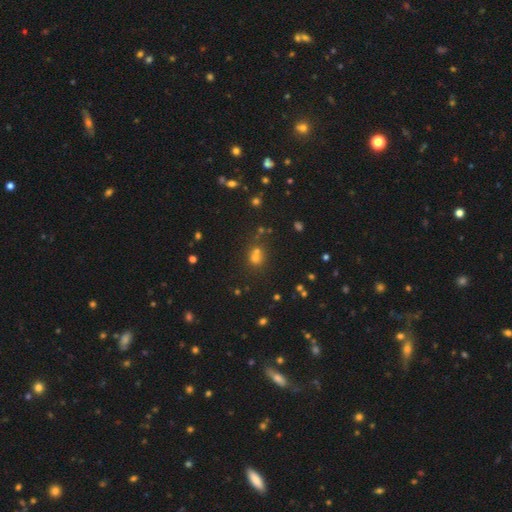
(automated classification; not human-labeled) Smooth or featured? Predicted: smooth (p=0.54). How rounded? Predicted: round (p=0.78). Merging? Predicted: none (p=0.52).